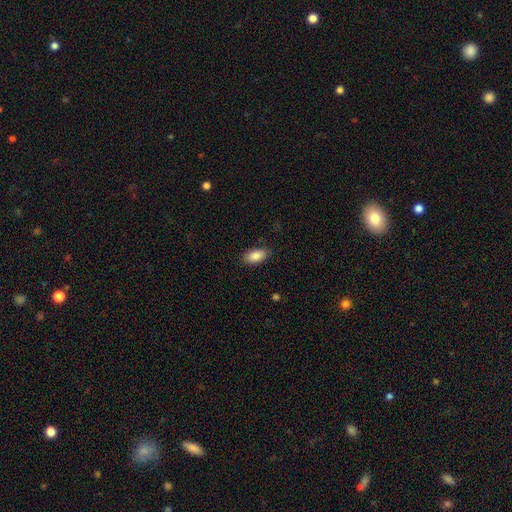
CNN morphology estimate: type=smooth (87%); roundness=in between (91%); merging=none (87%).